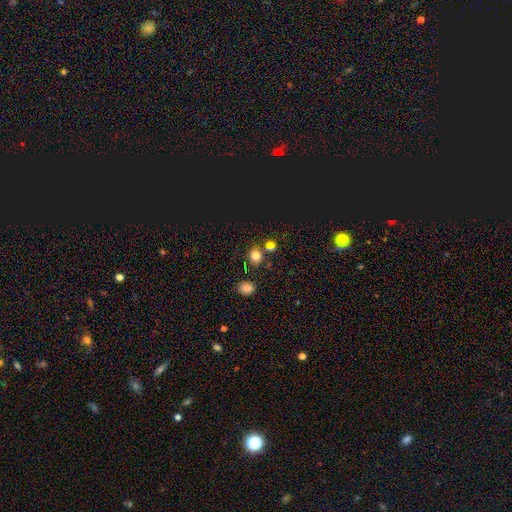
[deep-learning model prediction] smooth 75%, star or artifact 19%, featured or disk 6%. Down the decision tree: how rounded — round (84%); merging — none (67%).